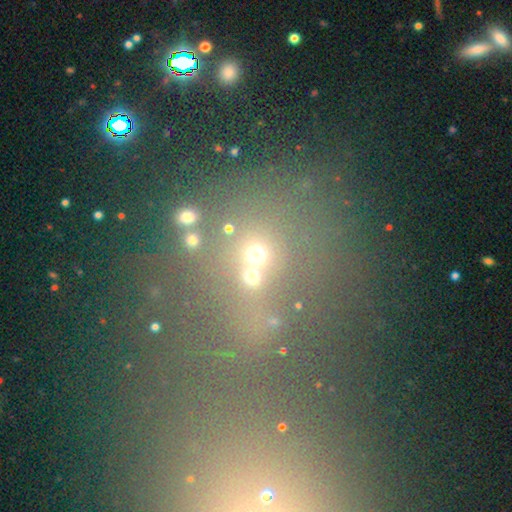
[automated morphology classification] smooth-or-featured: smooth: 48% | star or artifact: 39% | featured or disk: 14%
  merging: none: 50% | merger: 31% | minor disturbance: 10% | major disturbance: 9%